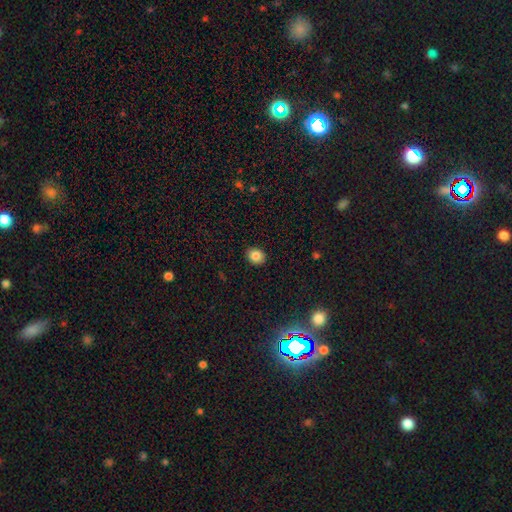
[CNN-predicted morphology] Smooth or featured: smooth — 84% (star or artifact — 10%)
How rounded: round — 63% (in between — 36%)
Merging: none — 90% (minor disturbance — 7%)